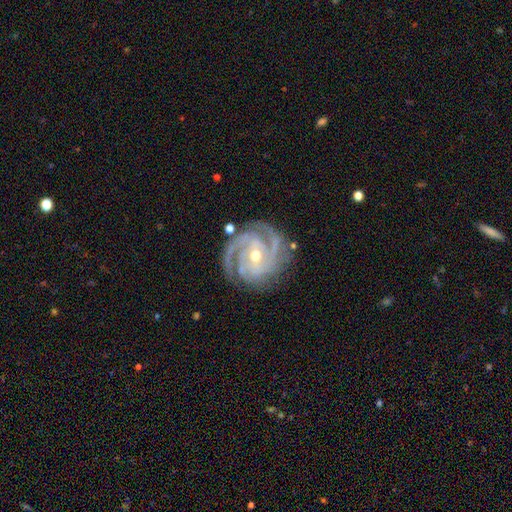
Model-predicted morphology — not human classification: The model was most divided on "bulge size": moderate: 54%, small: 43%, large: 1%, none: 1%, dominant: 1%. Remaining: spiral arms — yes (99%); edge-on disk — no (98%); smooth or featured — featured or disk (92%); merging — none (79%); spiral winding — tight (72%); spiral arm count — 3 (49%); bar — no (49%).